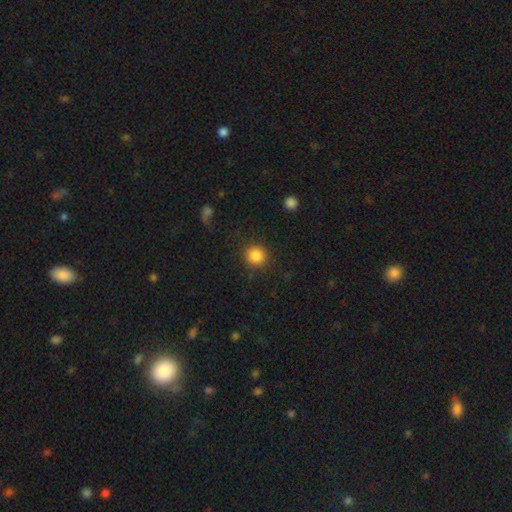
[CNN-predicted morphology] type=smooth (86%); roundness=round (93%); merging=none (89%).